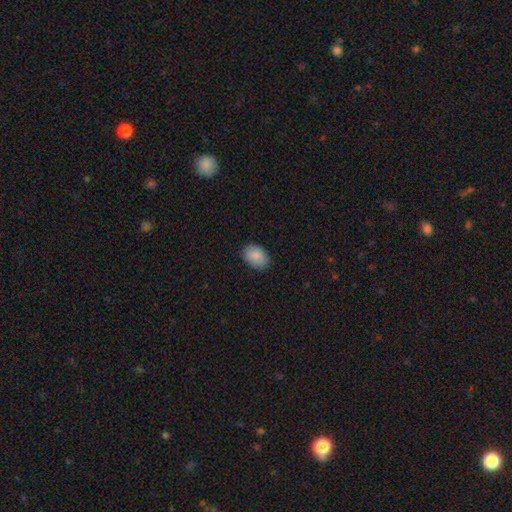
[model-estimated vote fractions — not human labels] A smooth galaxy with no disk features (88%) that is in between round and cigar-shaped (81%).

Vote fractions:
- Smooth or featured? smooth: 88% / star or artifact: 7% / featured or disk: 5%
- How rounded? in between: 81% / round: 18% / cigar-shaped: 1%
- Merging? none: 86% / minor disturbance: 11% / major disturbance: 2% / merger: 1%